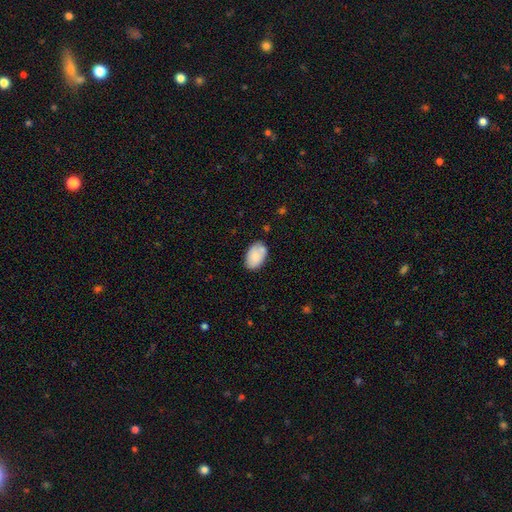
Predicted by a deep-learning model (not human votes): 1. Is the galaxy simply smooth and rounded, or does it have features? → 81% smooth, 12% featured or disk, 7% star or artifact.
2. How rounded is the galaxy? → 90% in between, 9% round, 1% cigar-shaped.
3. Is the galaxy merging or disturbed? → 70% none, 20% minor disturbance, 6% merger, 4% major disturbance.